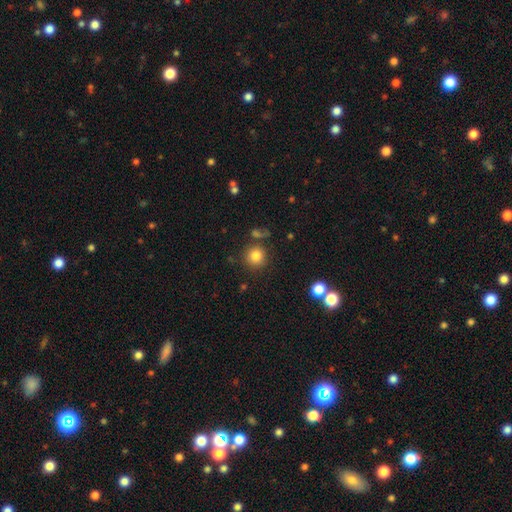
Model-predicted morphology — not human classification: type=smooth (83%); roundness=round (92%); merging=none (80%).